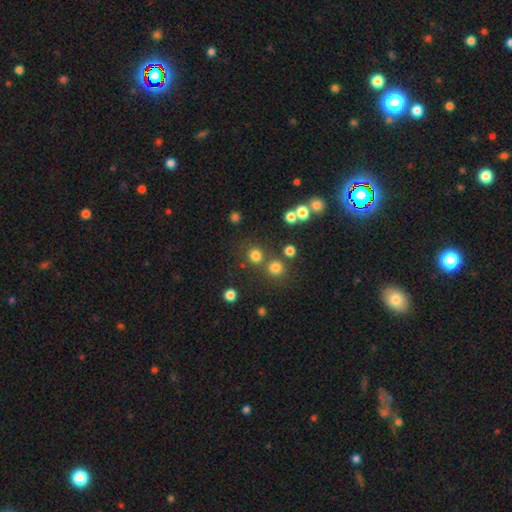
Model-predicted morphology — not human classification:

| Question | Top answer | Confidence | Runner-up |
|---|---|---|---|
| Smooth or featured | smooth | 76% | star or artifact (19%) |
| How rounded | round | 92% | in between (7%) |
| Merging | none | 75% | merger (14%) |